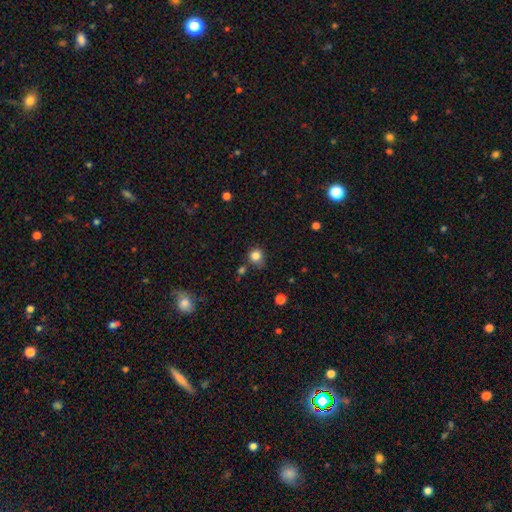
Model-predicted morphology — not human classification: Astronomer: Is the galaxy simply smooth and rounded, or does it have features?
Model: smooth — 83%.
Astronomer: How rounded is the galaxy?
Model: round — 85%.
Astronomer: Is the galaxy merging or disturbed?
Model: none — 67%.